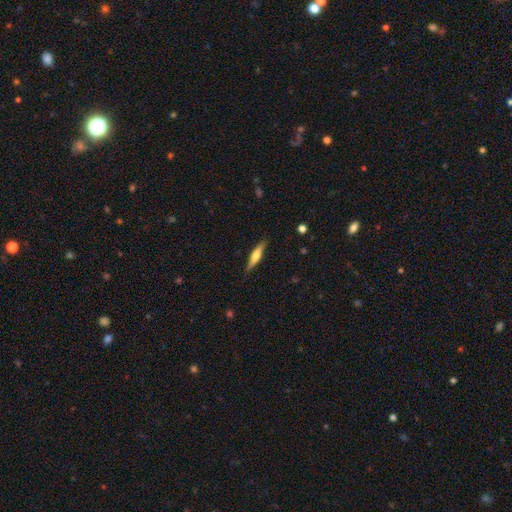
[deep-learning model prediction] Smooth or featured?
  - featured or disk: 55% *
  - smooth: 39%
  - star or artifact: 6%
Edge-on disk?
  - yes: 95% *
  - no: 5%
Edge-on bulge?
  - rounded: 81% *
  - boxy: 13%
  - none: 7%
Merging?
  - none: 84% *
  - minor disturbance: 12%
  - major disturbance: 2%
  - merger: 1%